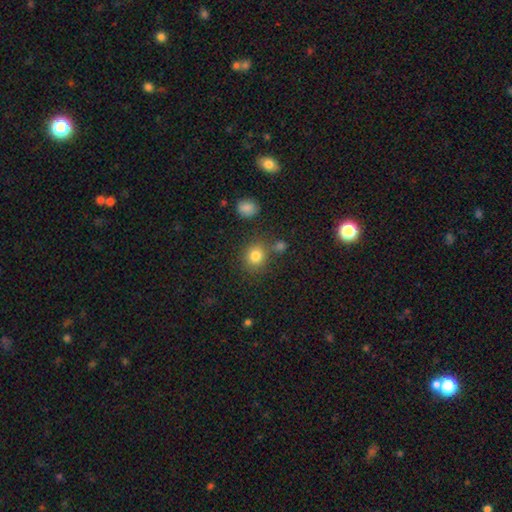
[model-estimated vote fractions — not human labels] smooth_or_featured: smooth (p=0.82) [alt: star or artifact p=0.13]
how_rounded: round (p=0.81) [alt: in between p=0.19]
merging: none (p=0.76) [alt: minor disturbance p=0.10]